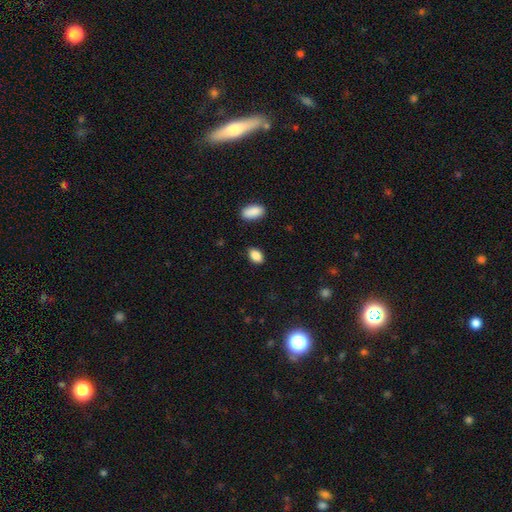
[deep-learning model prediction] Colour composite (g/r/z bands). It shows a smooth galaxy with no disk features (88%) that is in between round and cigar-shaped (88%). Merging: none (85%).